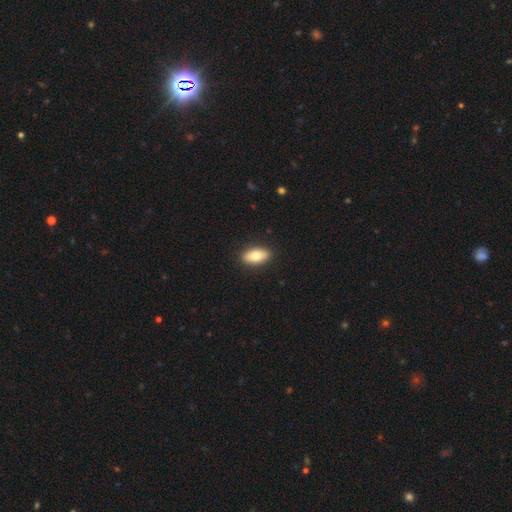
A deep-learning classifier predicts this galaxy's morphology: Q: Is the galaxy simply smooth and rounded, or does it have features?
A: smooth — 79%.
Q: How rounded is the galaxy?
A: in between — 88%.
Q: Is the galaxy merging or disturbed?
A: none — 90%.